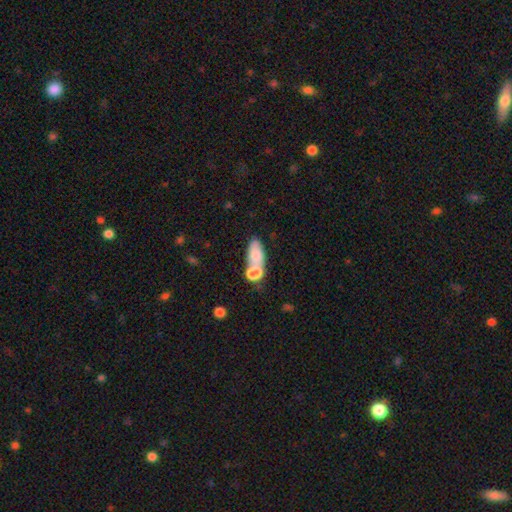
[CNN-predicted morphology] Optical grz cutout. It shows a smooth galaxy with no disk features (75%) that is in between round and cigar-shaped (83%). Merging: merger (57%).